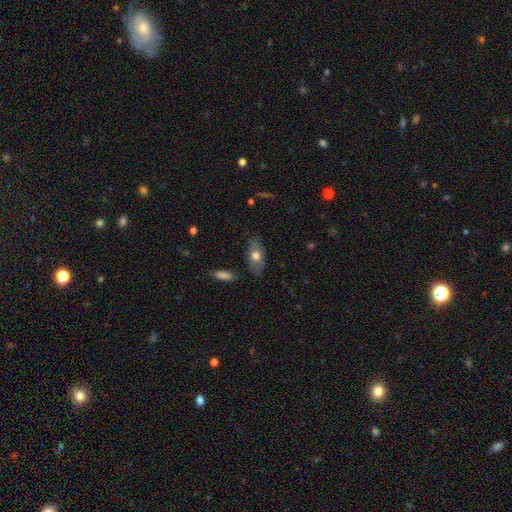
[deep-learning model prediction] This is likely a smooth galaxy (64%). How rounded: clearly in between (84%). Merging: likely none (78%).